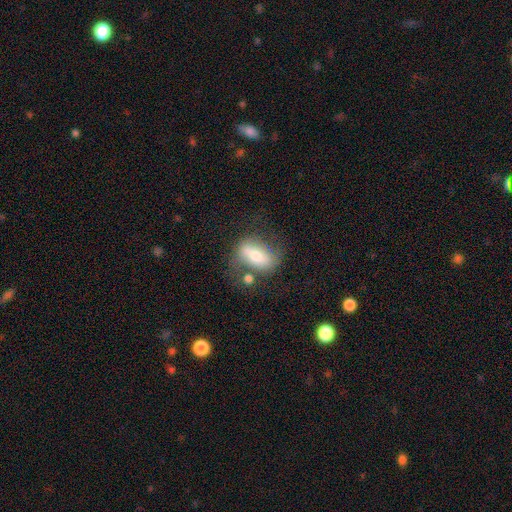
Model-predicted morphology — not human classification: Smooth or featured? smooth (50%)
Merging? none (54%)